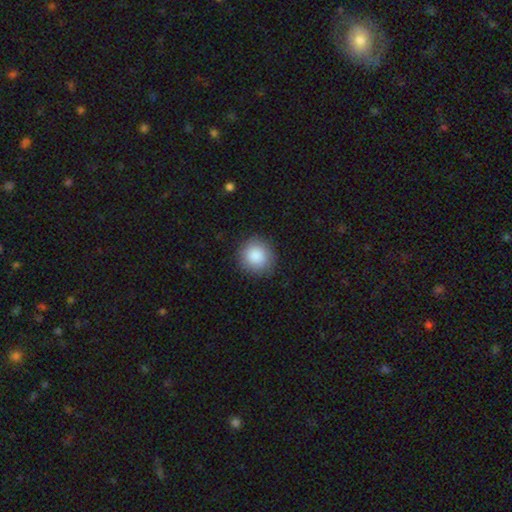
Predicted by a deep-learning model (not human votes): Q: Smooth or featured?
A: smooth (88%); runner-up: star or artifact (7%)
Q: How rounded?
A: round (90%); runner-up: in between (9%)
Q: Merging?
A: none (87%); runner-up: minor disturbance (9%)